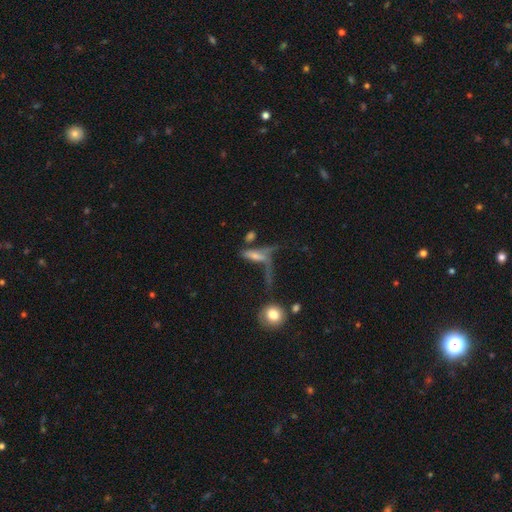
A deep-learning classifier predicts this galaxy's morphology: smooth-or-featured: featured or disk: 47% | smooth: 37% | star or artifact: 16%
  merging: major disturbance: 35% | none: 26% | merger: 25% | minor disturbance: 15%